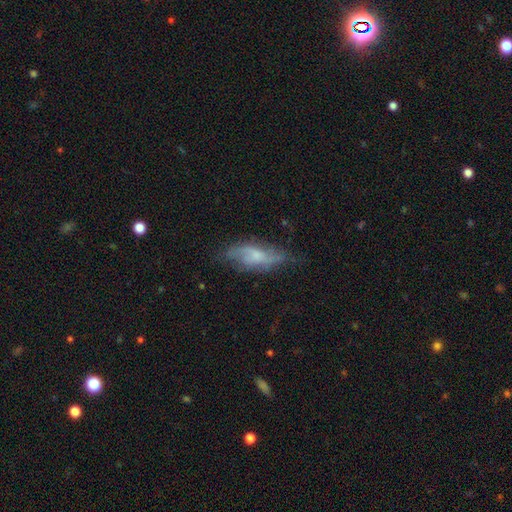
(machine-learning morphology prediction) featured or disk 52%, smooth 40%, star or artifact 8%. Down the decision tree: edge-on disk — no (74%); merging — none (54%).